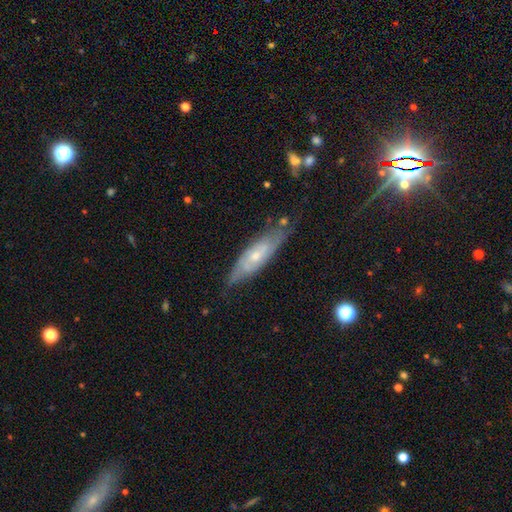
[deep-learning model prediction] smooth-or-featured: featured or disk: 64% | smooth: 30% | star or artifact: 6%
  disk-edge-on: no: 69% | yes: 31%
  merging: none: 66% | minor disturbance: 25% | major disturbance: 6% | merger: 3%